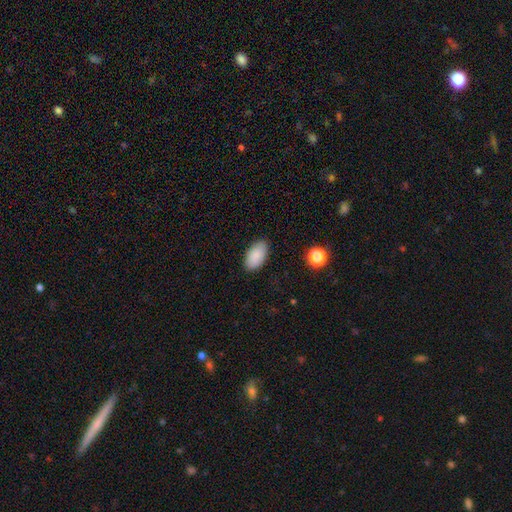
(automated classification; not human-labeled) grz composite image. It shows a smooth galaxy with no disk features (89%) that is in between round and cigar-shaped (95%). Merging: none (87%).